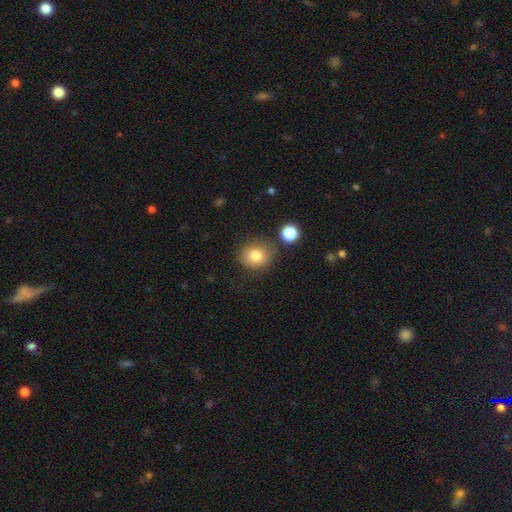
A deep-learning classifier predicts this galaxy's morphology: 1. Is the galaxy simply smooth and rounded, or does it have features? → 83% smooth, 10% star or artifact, 7% featured or disk.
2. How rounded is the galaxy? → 81% round, 18% in between, 1% cigar-shaped.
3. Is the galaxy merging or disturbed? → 77% none, 13% minor disturbance, 6% merger, 4% major disturbance.